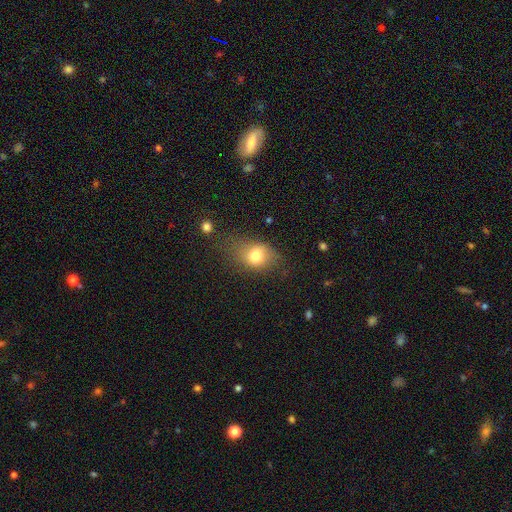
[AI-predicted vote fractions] A smooth galaxy with no disk features (75%) that is in between round and cigar-shaped (67%).

Vote fractions:
- Smooth or featured? smooth: 75% / featured or disk: 15% / star or artifact: 10%
- How rounded? in between: 67% / round: 31% / cigar-shaped: 2%
- Merging? none: 56% / minor disturbance: 27% / major disturbance: 14% / merger: 3%